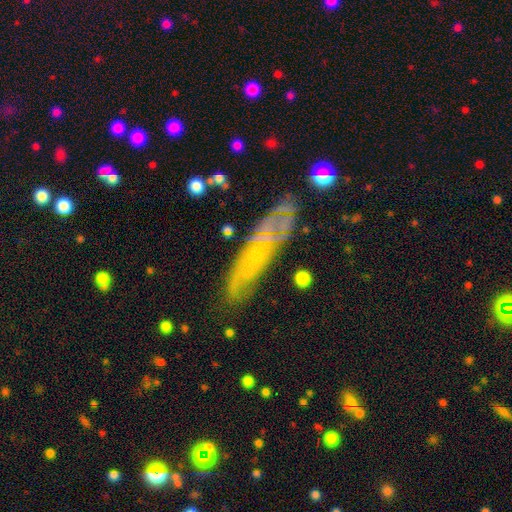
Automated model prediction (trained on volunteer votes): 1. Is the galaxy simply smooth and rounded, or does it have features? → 63% featured or disk, 27% smooth, 10% star or artifact.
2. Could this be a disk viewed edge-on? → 68% no, 32% yes.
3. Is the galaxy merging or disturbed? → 72% none, 18% minor disturbance, 6% major disturbance, 4% merger.